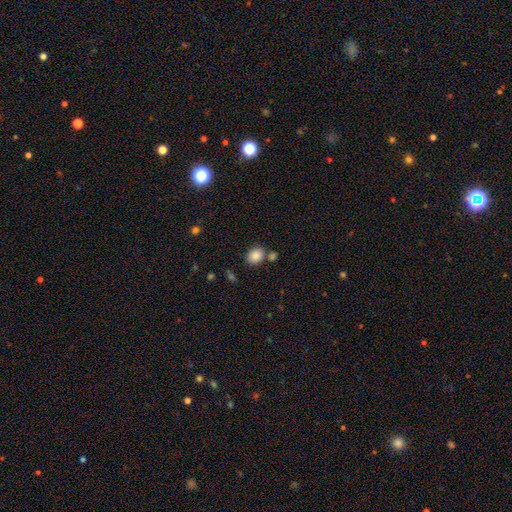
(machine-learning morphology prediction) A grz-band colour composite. It shows a smooth galaxy with no disk features (86%) that is round (50%). Merging: none (70%).